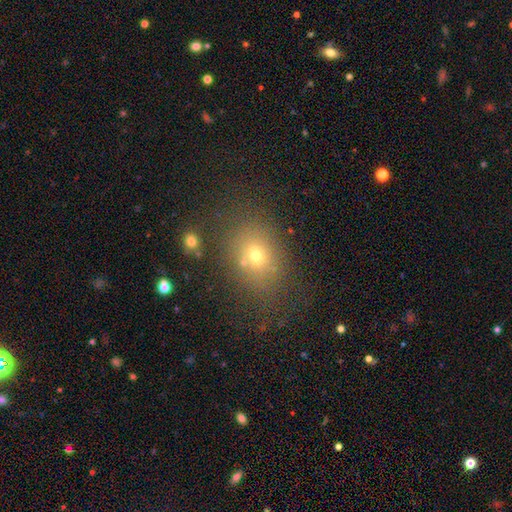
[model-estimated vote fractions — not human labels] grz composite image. It shows a smooth galaxy with no disk features (67%) that is in between round and cigar-shaped (56%). Merging: none (71%).